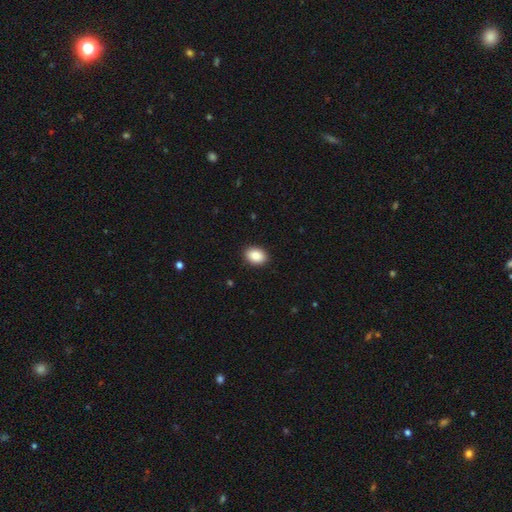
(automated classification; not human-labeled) Overall: smooth (90%). How rounded: in between (78%). Merging: none (91%).